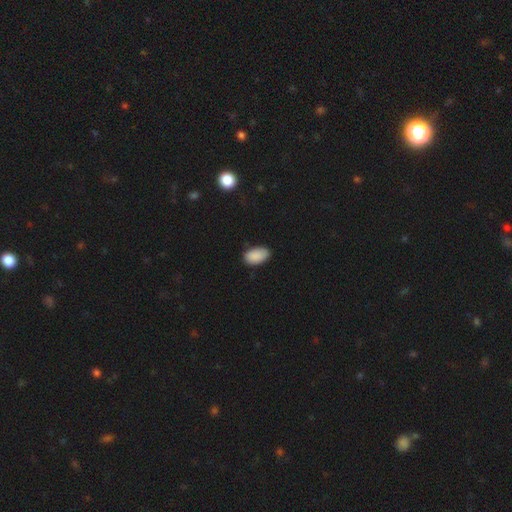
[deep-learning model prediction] A smooth galaxy with no disk features (89%) that is in between round and cigar-shaped (94%). Merging: none (81%).